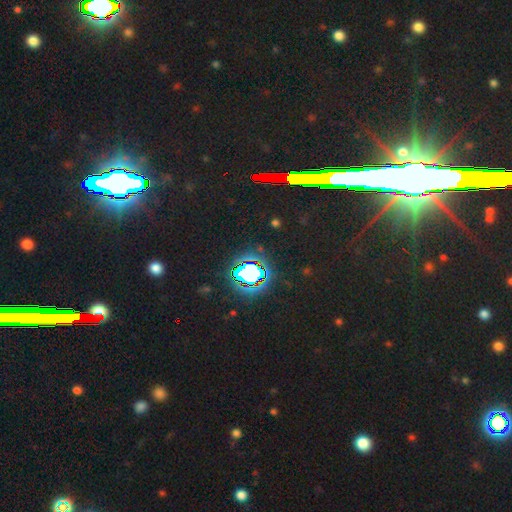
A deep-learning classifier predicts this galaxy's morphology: Smooth or featured: star or artifact — 84% (smooth — 8%)